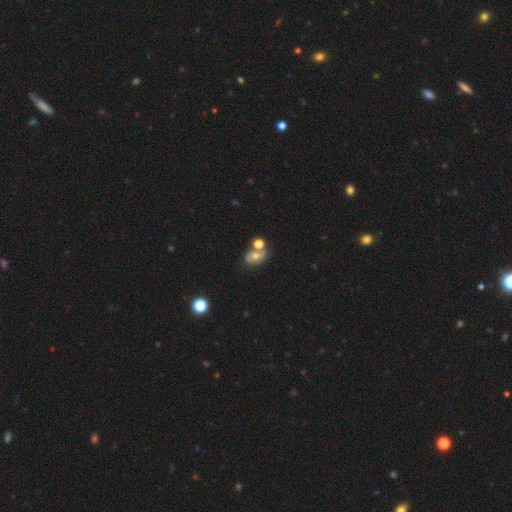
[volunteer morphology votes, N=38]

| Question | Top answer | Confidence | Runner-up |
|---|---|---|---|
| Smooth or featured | smooth | 61% | featured or disk (32%) |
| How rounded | in between | 70% | round (30%) |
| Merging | none | 54% | merger (34%) |